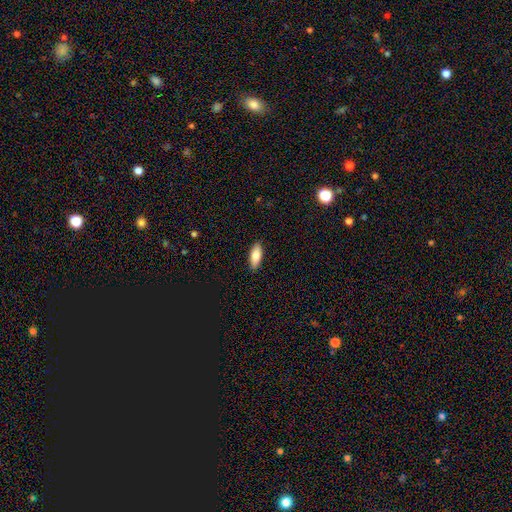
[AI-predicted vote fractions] Morphology: type=smooth (83%); roundness=in between (81%); merging=none (89%).